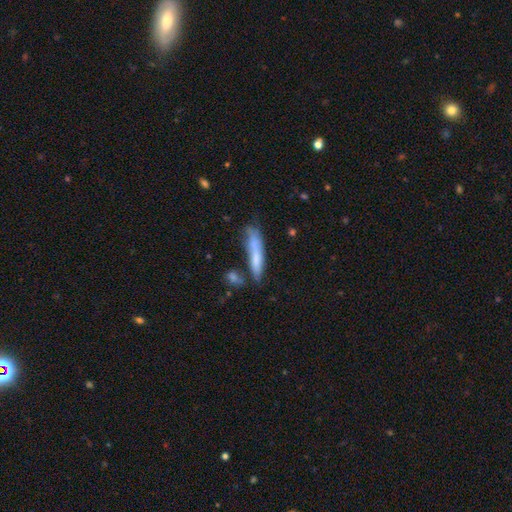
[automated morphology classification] Smooth or featured?
  - smooth: 70% *
  - featured or disk: 23%
  - star or artifact: 7%
How rounded?
  - cigar-shaped: 86% *
  - in between: 13%
  - round: 2%
Merging?
  - none: 54% *
  - minor disturbance: 25%
  - merger: 11%
  - major disturbance: 9%